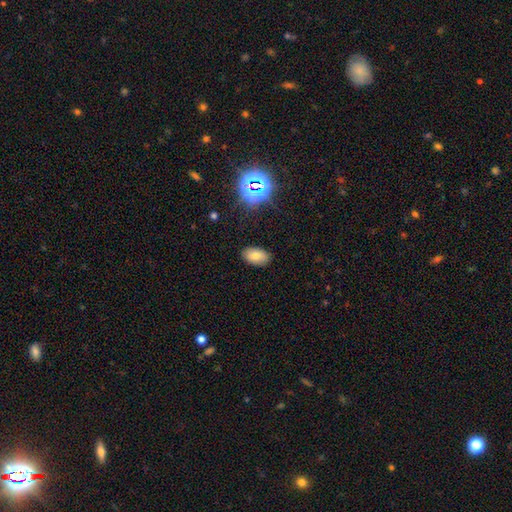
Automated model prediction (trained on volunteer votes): A smooth galaxy with no disk features (73%) that is in between round and cigar-shaped (92%).

Vote fractions:
- Smooth or featured? smooth: 73% / star or artifact: 14% / featured or disk: 12%
- How rounded? in between: 92% / round: 7% / cigar-shaped: 2%
- Merging? none: 87% / minor disturbance: 10% / major disturbance: 3% / merger: 1%